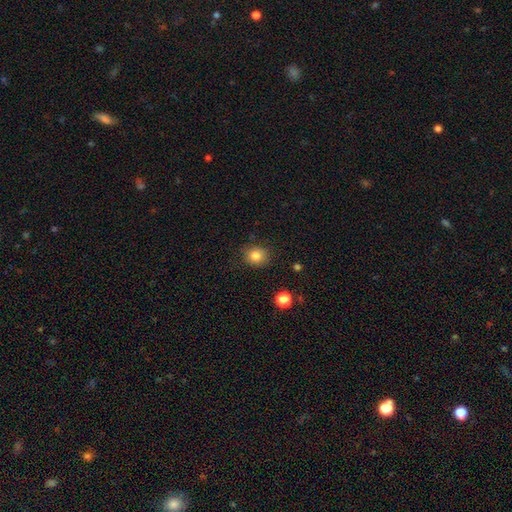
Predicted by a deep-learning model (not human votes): Smooth or featured: smooth — 83% (star or artifact — 11%)
How rounded: round — 78% (in between — 21%)
Merging: none — 85% (minor disturbance — 11%)